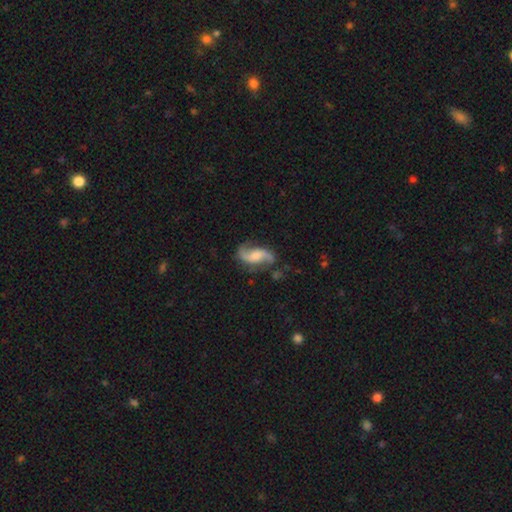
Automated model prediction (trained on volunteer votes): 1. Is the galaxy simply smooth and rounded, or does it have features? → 85% featured or disk, 9% smooth, 6% star or artifact.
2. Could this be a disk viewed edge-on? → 97% no, 3% yes.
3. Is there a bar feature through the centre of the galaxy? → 46% no, 39% weak, 14% strong.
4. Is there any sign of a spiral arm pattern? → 97% yes, 3% no.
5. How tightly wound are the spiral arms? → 64% loose, 29% medium, 6% tight.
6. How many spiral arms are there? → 93% 2, 2% 1, 2% can't tell, 1% 3, 1% 4, 1% more than 4.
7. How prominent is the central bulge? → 37% moderate, 28% small, 19% none, 13% large, 2% dominant.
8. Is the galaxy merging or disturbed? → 72% none, 16% minor disturbance, 8% major disturbance, 3% merger.